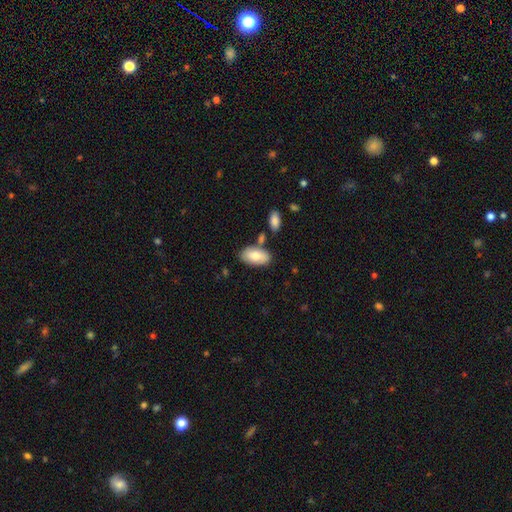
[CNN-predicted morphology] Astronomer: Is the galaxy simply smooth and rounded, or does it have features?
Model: smooth — 78%.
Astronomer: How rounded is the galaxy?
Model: in between — 95%.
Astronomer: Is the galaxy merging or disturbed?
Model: none — 73%.